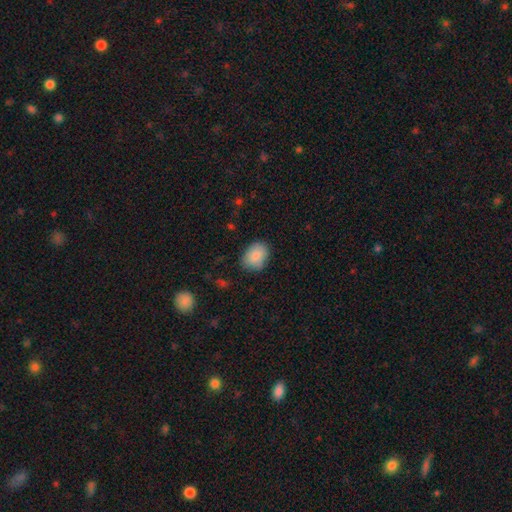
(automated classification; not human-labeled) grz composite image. It shows a smooth galaxy with no disk features (87%) that is in between round and cigar-shaped (70%). Merging: none (80%).